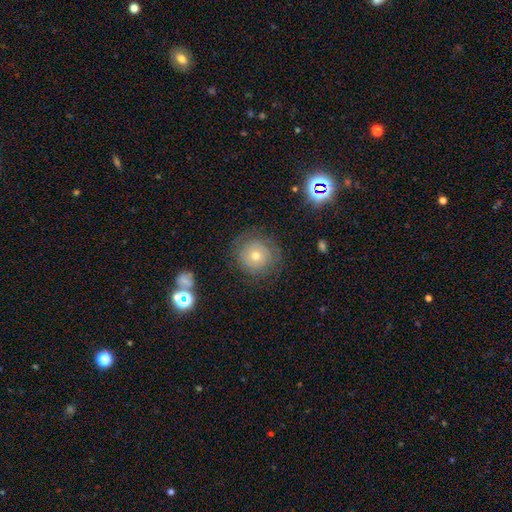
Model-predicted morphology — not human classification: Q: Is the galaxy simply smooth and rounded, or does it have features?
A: smooth — 49%.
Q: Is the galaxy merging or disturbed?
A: none — 77%.